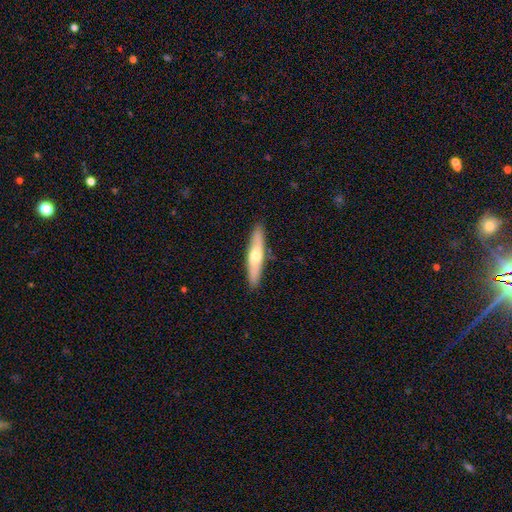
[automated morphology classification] This appears to be a smooth galaxy with no disk features (50%). Merging: none (90%).